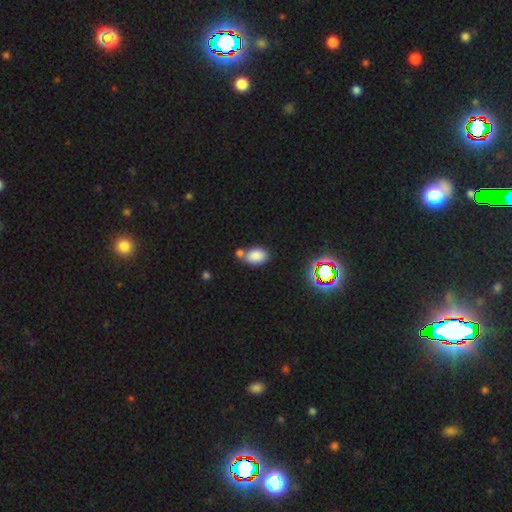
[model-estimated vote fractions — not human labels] Smooth or featured? smooth (82%)
How rounded? in between (82%)
Merging? none (53%)